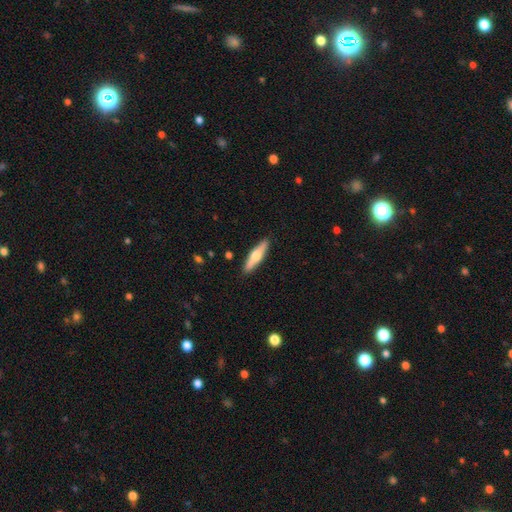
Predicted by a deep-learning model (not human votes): A smooth galaxy with no disk features (50%). Merging: none (90%).